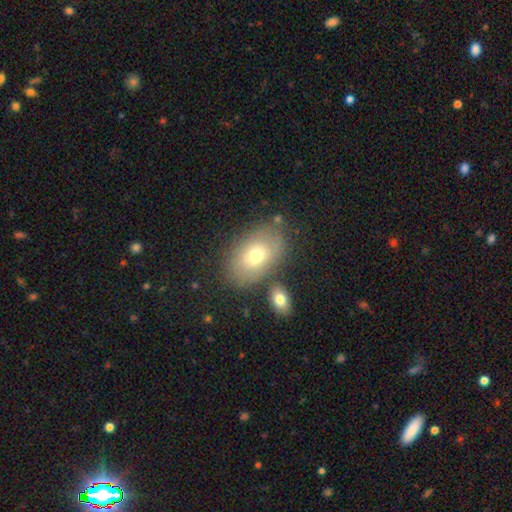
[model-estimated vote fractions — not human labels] Q: Smooth or featured?
A: smooth (69%); runner-up: featured or disk (21%)
Q: How rounded?
A: in between (85%); runner-up: round (14%)
Q: Merging?
A: none (71%); runner-up: minor disturbance (13%)